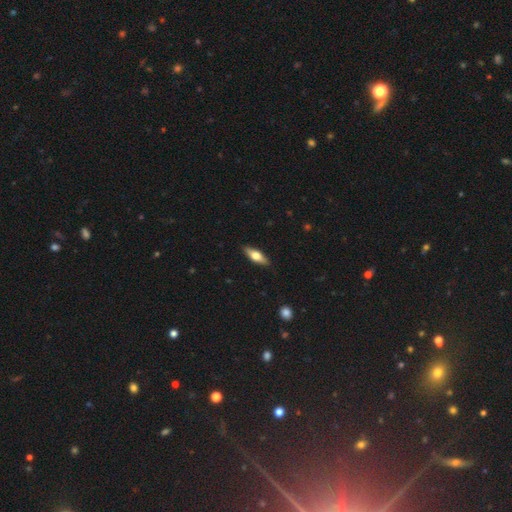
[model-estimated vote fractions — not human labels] smooth_or_featured: smooth (p=0.52) [alt: featured or disk p=0.42]
how_rounded: in between (p=0.55) [alt: cigar-shaped p=0.43]
merging: none (p=0.89) [alt: minor disturbance p=0.09]